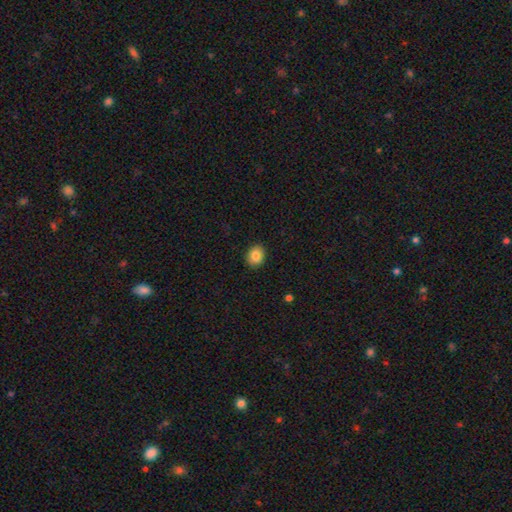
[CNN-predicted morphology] A smooth galaxy with no disk features (85%) that is round (51%). Merging: none (90%).